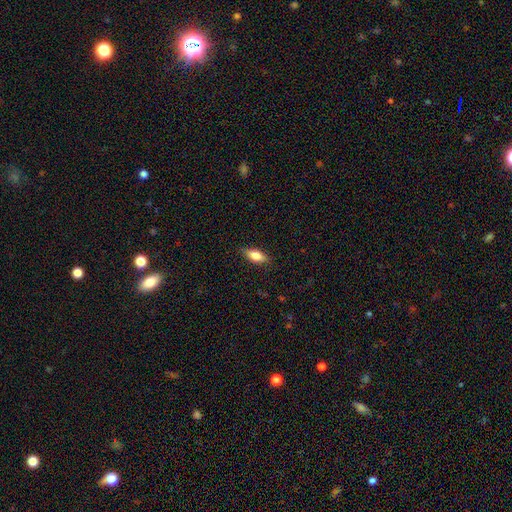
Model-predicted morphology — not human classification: Smooth or featured?
  - smooth: 68% *
  - featured or disk: 25%
  - star or artifact: 7%
How rounded?
  - in between: 72% *
  - cigar-shaped: 24%
  - round: 4%
Merging?
  - none: 86% *
  - minor disturbance: 11%
  - major disturbance: 2%
  - merger: 1%